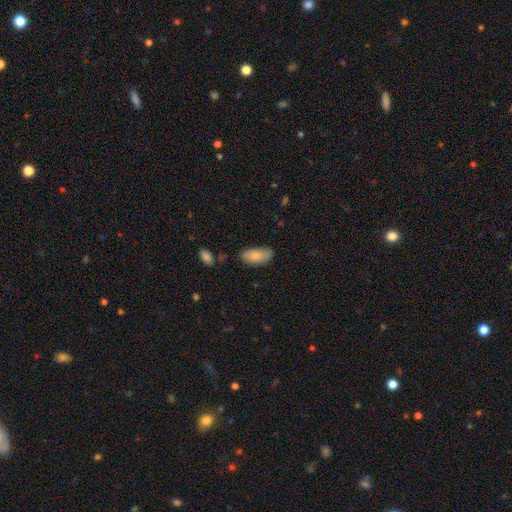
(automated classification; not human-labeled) Smooth or featured: smooth — 83% (featured or disk — 10%)
How rounded: in between — 92% (cigar-shaped — 6%)
Merging: none — 69% (minor disturbance — 24%)